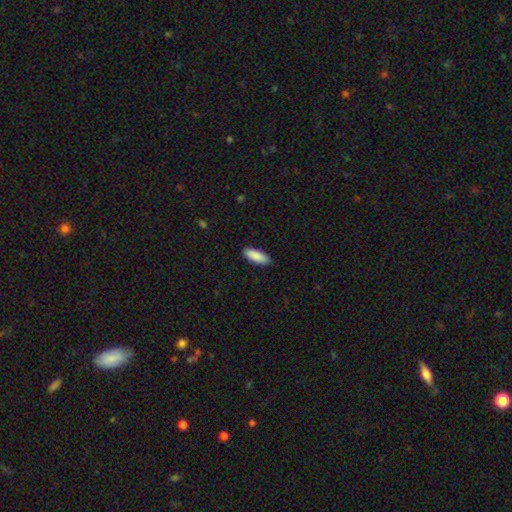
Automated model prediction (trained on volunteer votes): A smooth galaxy with no disk features (90%) that is in between round and cigar-shaped (70%).

Vote fractions:
- Smooth or featured? smooth: 90% / star or artifact: 6% / featured or disk: 4%
- How rounded? in between: 70% / cigar-shaped: 29% / round: 2%
- Merging? none: 89% / minor disturbance: 8% / major disturbance: 2% / merger: 1%